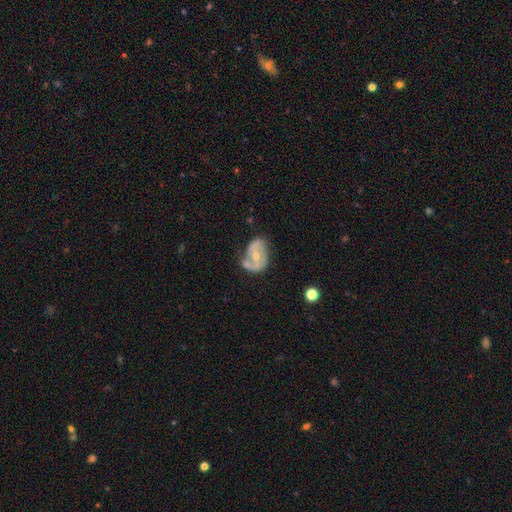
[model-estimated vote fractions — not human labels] Morphology: type=featured or disk (76%); edge-on=no (97%); bar=no (44%); spiral arms=yes (81%); winding=medium (45%); arm count=2 (73%); bulge=moderate (53%); merging=none (47%).